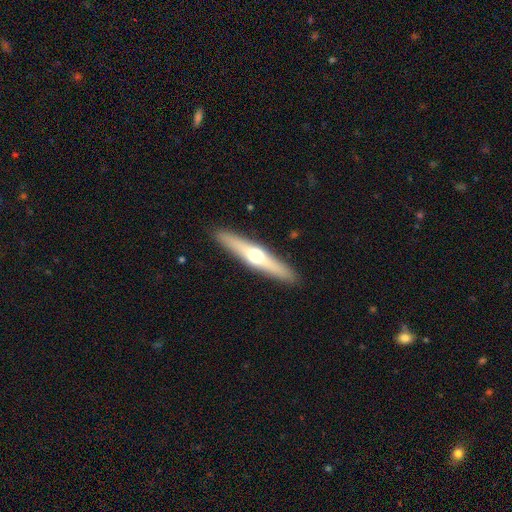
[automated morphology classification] Smooth or featured?
  - featured or disk: 56% *
  - smooth: 38%
  - star or artifact: 6%
Edge-on disk?
  - yes: 94% *
  - no: 6%
Edge-on bulge?
  - rounded: 92% *
  - none: 5%
  - boxy: 3%
Merging?
  - none: 90% *
  - minor disturbance: 7%
  - major disturbance: 2%
  - merger: 1%